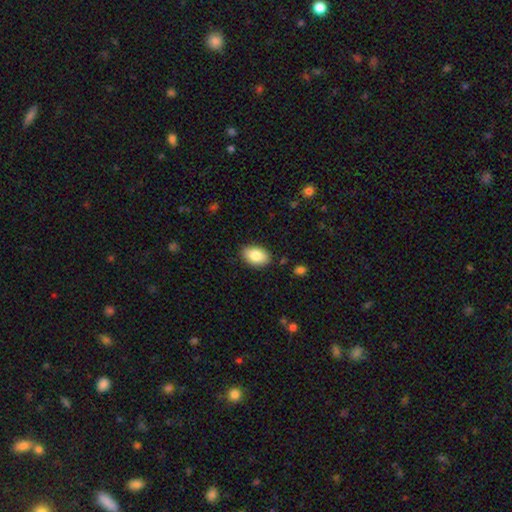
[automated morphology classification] Smooth or featured: smooth — 84% (featured or disk — 9%)
How rounded: in between — 90% (round — 9%)
Merging: none — 86% (minor disturbance — 10%)